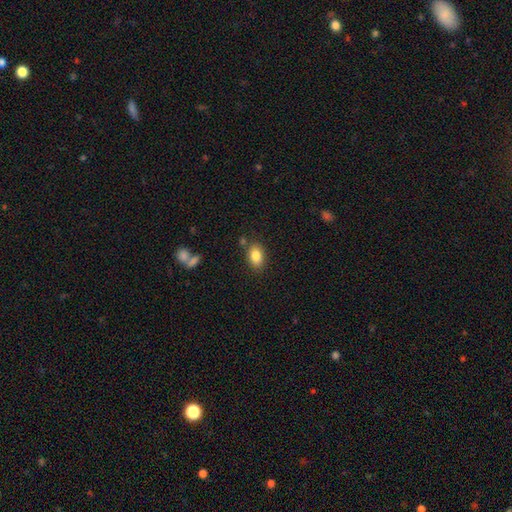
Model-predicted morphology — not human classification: A smooth galaxy with no disk features (84%) that is in between round and cigar-shaped (86%).

Vote fractions:
- Smooth or featured? smooth: 84% / star or artifact: 8% / featured or disk: 7%
- How rounded? in between: 86% / round: 12% / cigar-shaped: 2%
- Merging? none: 80% / minor disturbance: 12% / merger: 6% / major disturbance: 3%